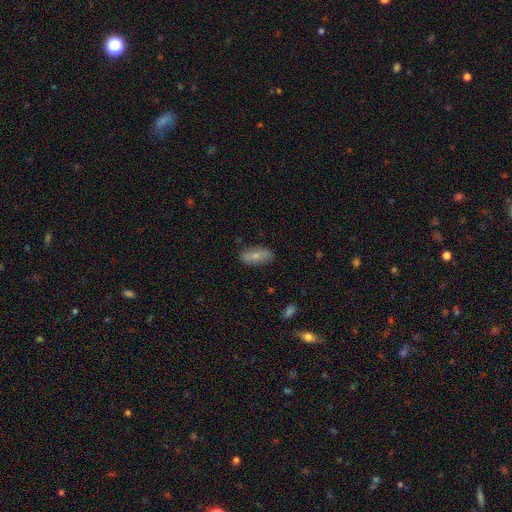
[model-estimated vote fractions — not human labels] This is likely a smooth galaxy (68%). How rounded: clearly in between (83%). Merging: clearly none (81%).